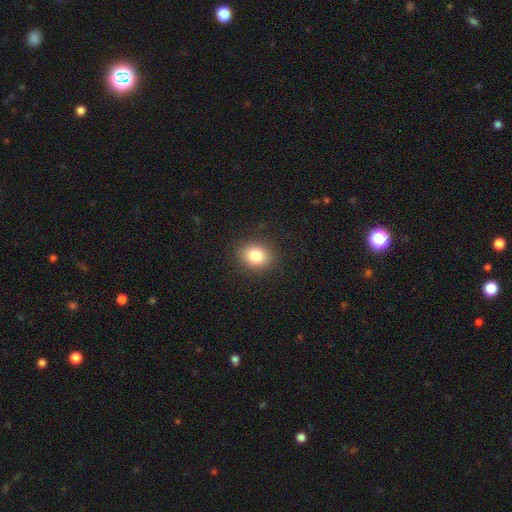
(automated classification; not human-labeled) smooth_or_featured: smooth (p=0.83) [alt: star or artifact p=0.10]
how_rounded: round (p=0.58) [alt: in between p=0.42]
merging: none (p=0.89) [alt: minor disturbance p=0.08]